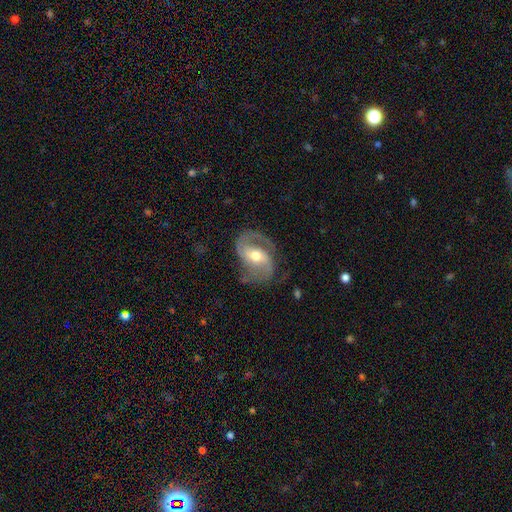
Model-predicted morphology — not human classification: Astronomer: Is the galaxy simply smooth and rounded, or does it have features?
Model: featured or disk — 88%.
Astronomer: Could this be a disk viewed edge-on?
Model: no — 97%.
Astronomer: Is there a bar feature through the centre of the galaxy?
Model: weak — 42% (runner-up: no, 30%).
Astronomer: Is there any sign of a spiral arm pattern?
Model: yes — 96%.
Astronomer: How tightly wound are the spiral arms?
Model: medium — 54%.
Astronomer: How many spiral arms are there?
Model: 2 — 87%.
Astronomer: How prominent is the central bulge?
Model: moderate — 69%.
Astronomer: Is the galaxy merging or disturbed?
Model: none — 71%.